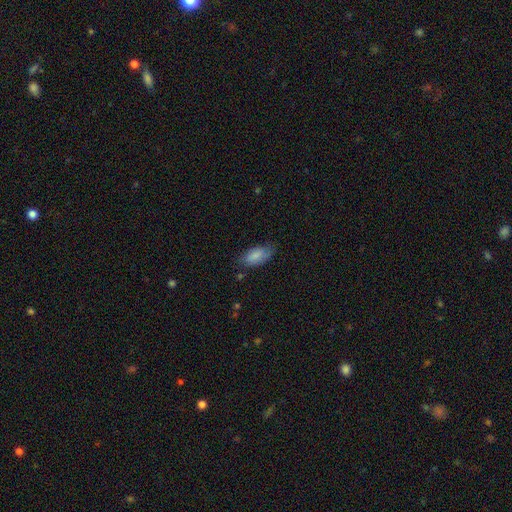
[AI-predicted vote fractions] Smooth or featured? smooth (81%)
How rounded? in between (91%)
Merging? none (66%)